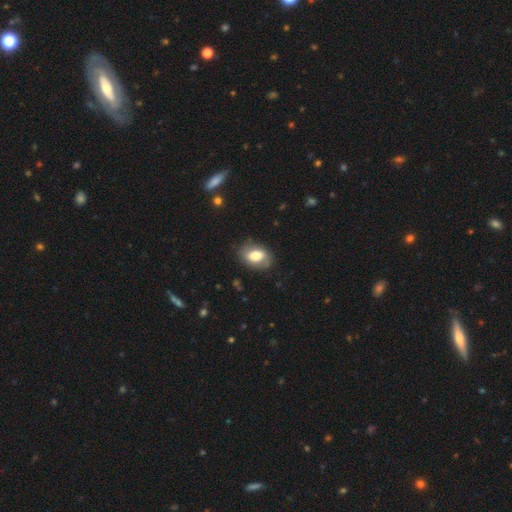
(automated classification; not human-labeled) smooth-or-featured: smooth: 69% | featured or disk: 23% | star or artifact: 8%
  how-rounded: in between: 78% | round: 20% | cigar-shaped: 1%
  merging: none: 78% | minor disturbance: 16% | major disturbance: 5% | merger: 1%